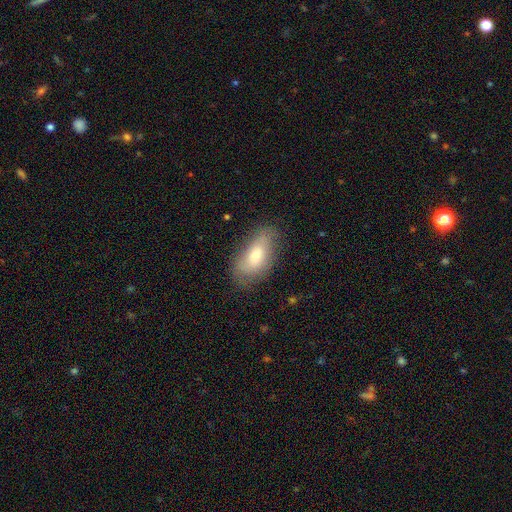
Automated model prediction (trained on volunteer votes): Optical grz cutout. It shows a smooth galaxy with no disk features (74%) that is in between round and cigar-shaped (89%). Merging: none (64%).